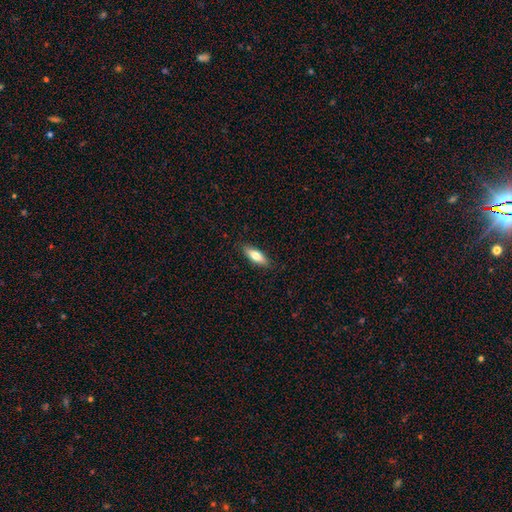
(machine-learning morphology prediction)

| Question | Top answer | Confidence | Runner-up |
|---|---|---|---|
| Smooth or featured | smooth | 73% | featured or disk (21%) |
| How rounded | in between | 60% | cigar-shaped (38%) |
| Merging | none | 88% | minor disturbance (9%) |